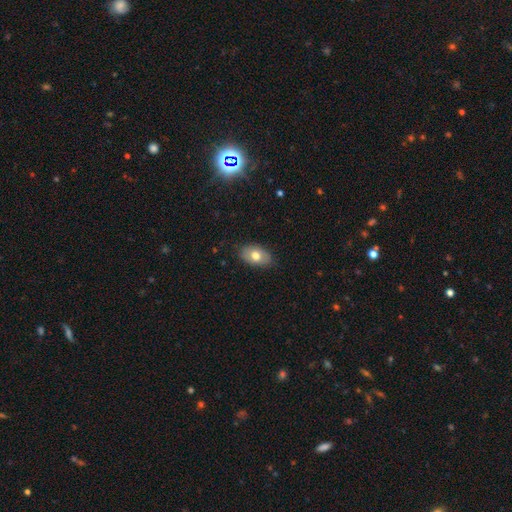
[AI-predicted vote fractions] Smooth or featured? smooth (70%)
How rounded? in between (89%)
Merging? none (82%)